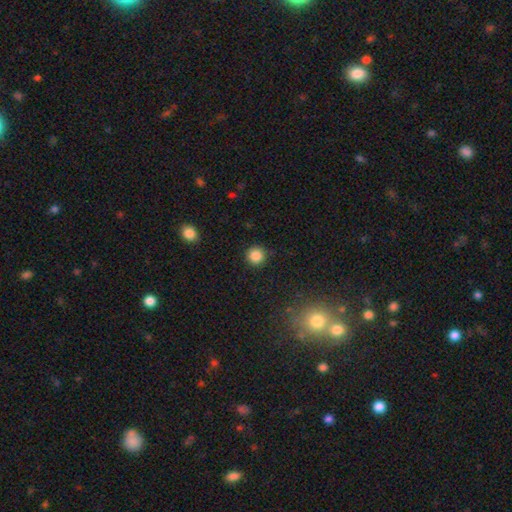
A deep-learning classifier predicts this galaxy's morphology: smooth_or_featured: smooth (p=0.85) [alt: star or artifact p=0.11]
how_rounded: round (p=0.95) [alt: in between p=0.04]
merging: none (p=0.91) [alt: minor disturbance p=0.06]